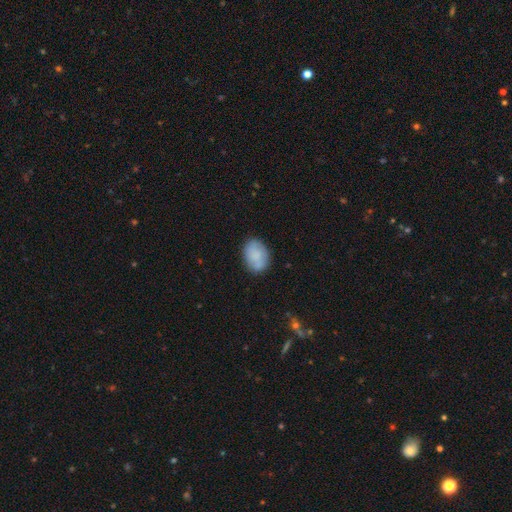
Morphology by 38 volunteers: A smooth galaxy with no disk features (71%) that is in between round and cigar-shaped (89%). Merging: none (58%).